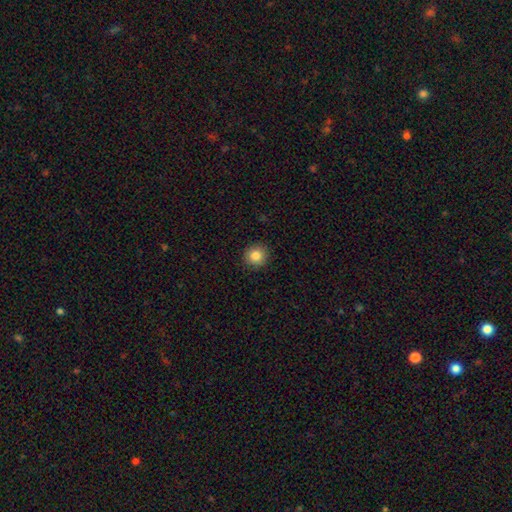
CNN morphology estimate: Smooth or featured? Predicted: smooth (p=0.84). How rounded? Predicted: round (p=0.91). Merging? Predicted: none (p=0.91).